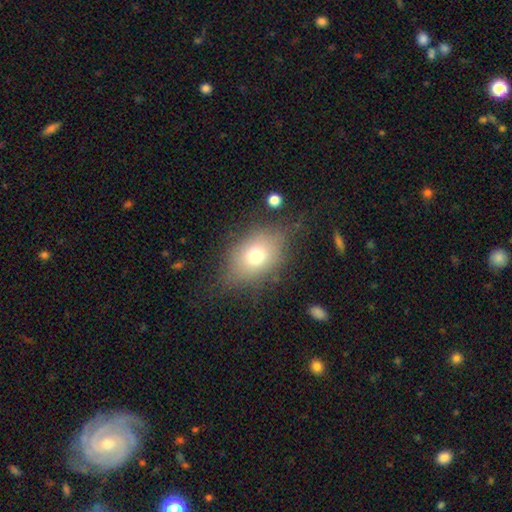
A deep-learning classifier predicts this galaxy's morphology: smooth-or-featured: smooth: 70% | featured or disk: 17% | star or artifact: 12%
  how-rounded: in between: 72% | round: 26% | cigar-shaped: 2%
  merging: none: 67% | minor disturbance: 21% | major disturbance: 10% | merger: 2%